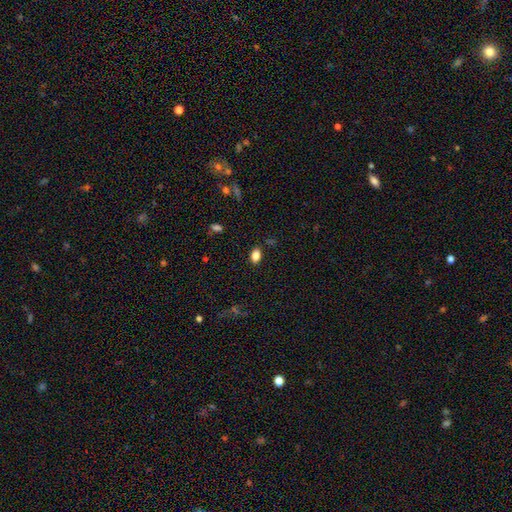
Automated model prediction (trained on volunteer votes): smooth 84%, star or artifact 11%, featured or disk 5%. Down the decision tree: how rounded — in between (87%); merging — none (85%).